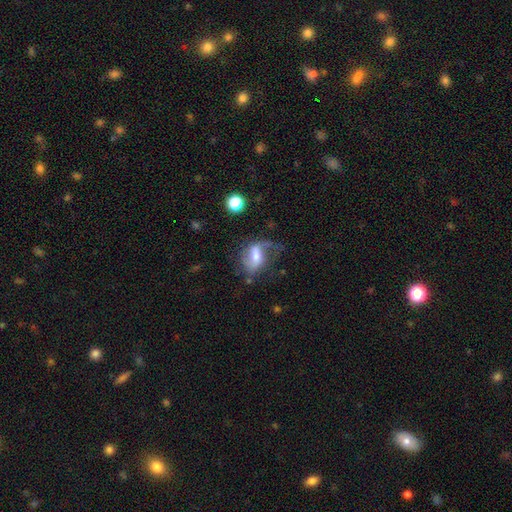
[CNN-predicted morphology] smooth-or-featured: featured or disk: 62% | smooth: 29% | star or artifact: 9%
  disk-edge-on: no: 94% | yes: 6%
    bar: weak: 41% | strong: 35% | no: 24%
    has-spiral-arms: yes: 80% | no: 20%
    bulge-size: moderate: 51% | small: 31% | large: 10% | none: 6% | dominant: 2%
  merging: none: 39% | major disturbance: 31% | minor disturbance: 24% | merger: 5%